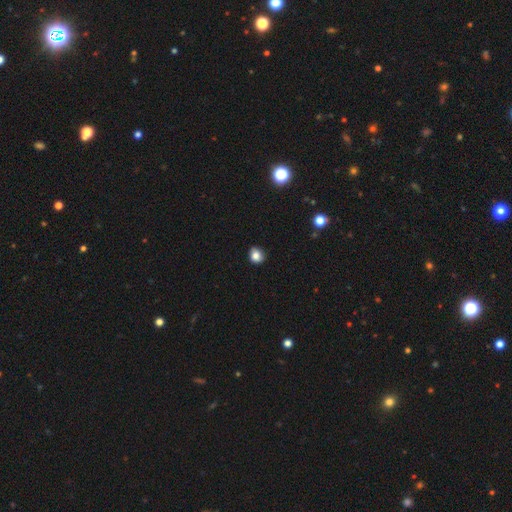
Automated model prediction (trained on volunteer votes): This is clearly a smooth galaxy (83%). How rounded: likely round (73%). Merging: clearly none (83%).